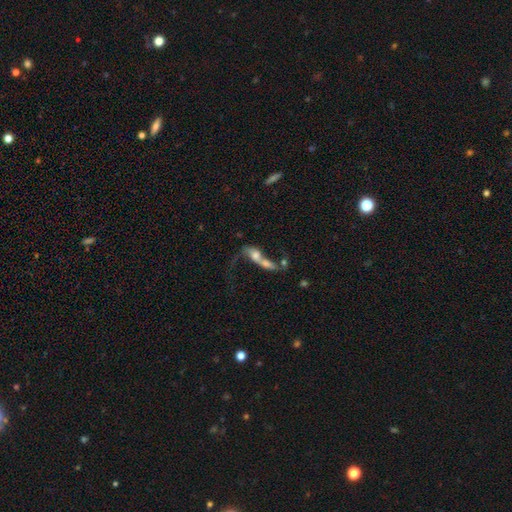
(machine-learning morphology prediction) Q: Smooth or featured?
A: smooth (47%); runner-up: featured or disk (41%)
Q: Merging?
A: merger (74%); runner-up: major disturbance (11%)